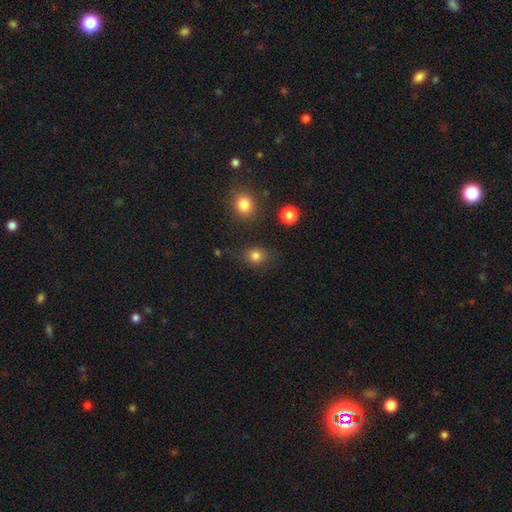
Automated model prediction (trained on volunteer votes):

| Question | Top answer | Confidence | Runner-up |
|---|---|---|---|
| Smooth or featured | smooth | 81% | star or artifact (13%) |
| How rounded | round | 69% | in between (30%) |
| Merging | none | 77% | minor disturbance (14%) |